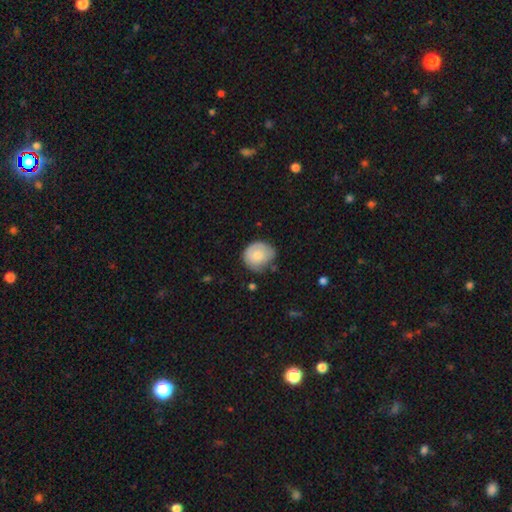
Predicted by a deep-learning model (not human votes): Q: Smooth or featured?
A: smooth (74%); runner-up: featured or disk (20%)
Q: How rounded?
A: round (79%); runner-up: in between (20%)
Q: Merging?
A: none (58%); runner-up: minor disturbance (31%)